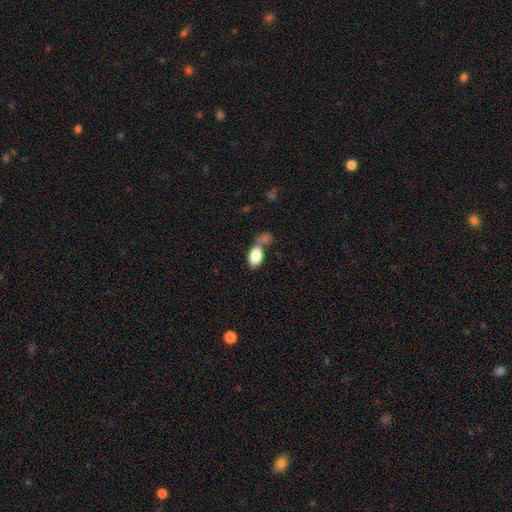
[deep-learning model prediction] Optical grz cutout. It shows a smooth galaxy with no disk features (82%) that is in between round and cigar-shaped (92%). Merging: none (37%, tied with merger).